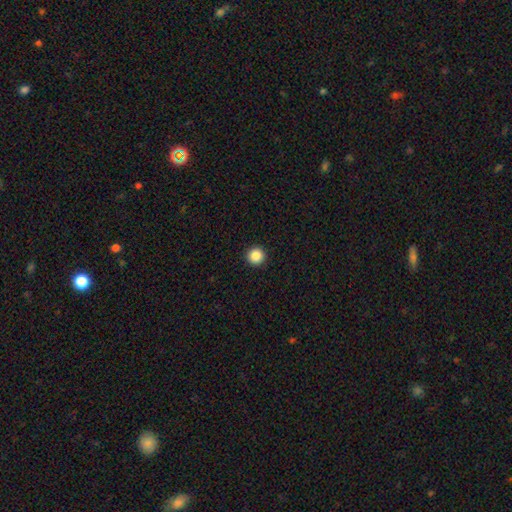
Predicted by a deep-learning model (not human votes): Smooth or featured? smooth (87%)
How rounded? round (96%)
Merging? none (94%)